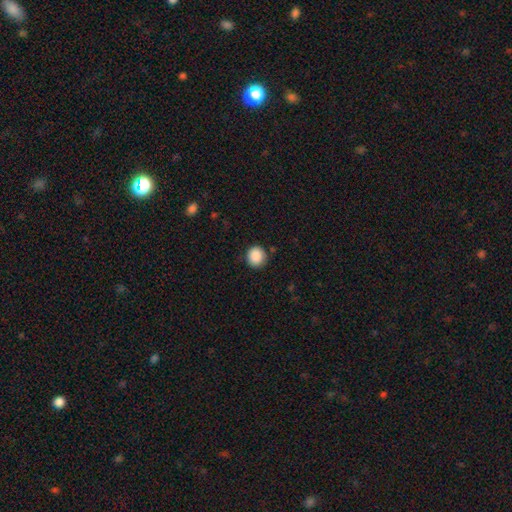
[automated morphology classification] A smooth galaxy with no disk features (88%) that is round (90%).

Vote fractions:
- Smooth or featured? smooth: 88% / star or artifact: 9% / featured or disk: 3%
- How rounded? round: 90% / in between: 9% / cigar-shaped: 1%
- Merging? none: 88% / minor disturbance: 8% / major disturbance: 2% / merger: 2%